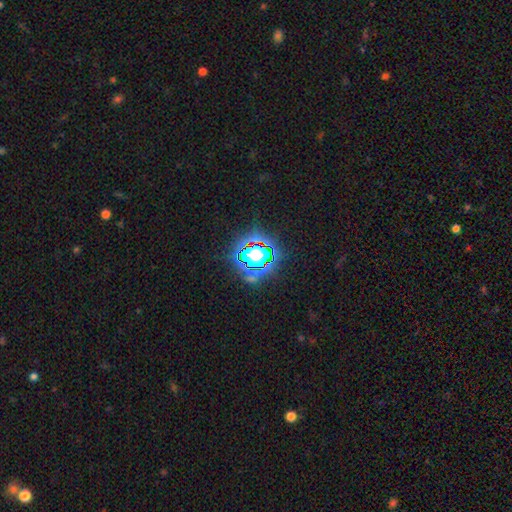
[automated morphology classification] Smooth or featured?
  - star or artifact: 76% *
  - smooth: 15%
  - featured or disk: 9%